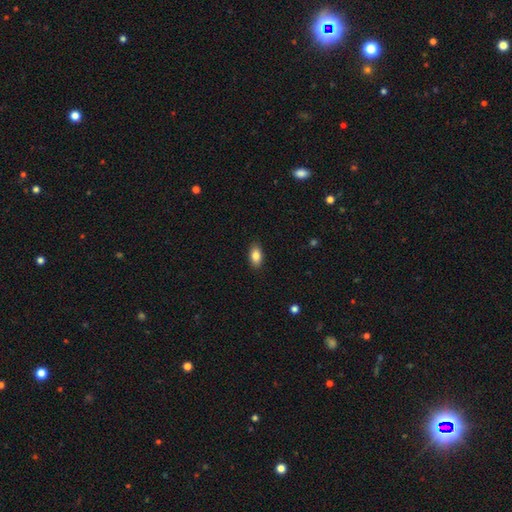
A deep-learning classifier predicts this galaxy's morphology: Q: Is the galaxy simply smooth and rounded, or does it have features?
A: smooth — 85%.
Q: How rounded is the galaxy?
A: in between — 90%.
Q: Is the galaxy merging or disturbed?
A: none — 89%.